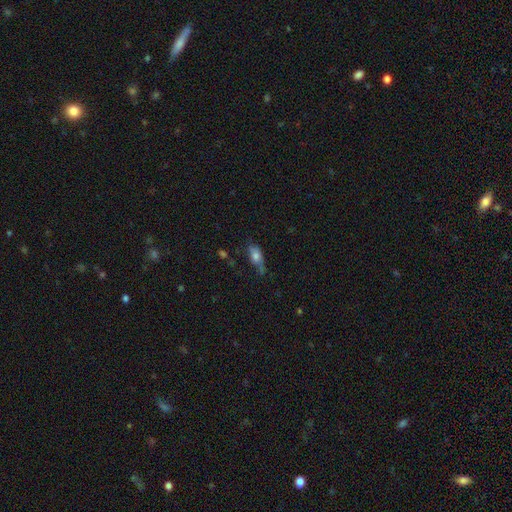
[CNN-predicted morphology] Smooth or featured?
  - smooth: 67% *
  - featured or disk: 23%
  - star or artifact: 9%
How rounded?
  - in between: 79% *
  - cigar-shaped: 15%
  - round: 6%
Merging?
  - none: 47% *
  - minor disturbance: 34%
  - major disturbance: 14%
  - merger: 4%